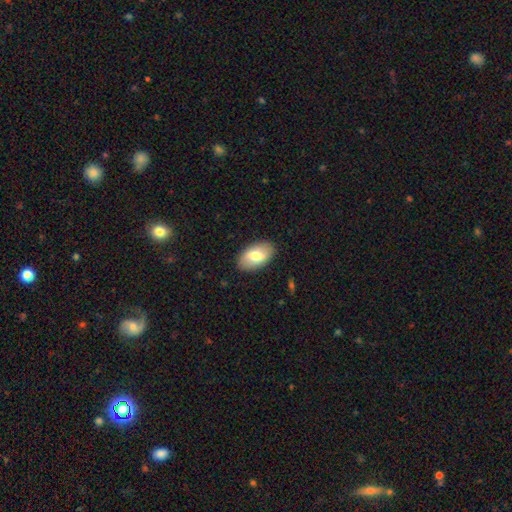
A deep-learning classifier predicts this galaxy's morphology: Smooth or featured: smooth — 68% (featured or disk — 25%)
How rounded: in between — 93% (round — 5%)
Merging: none — 88% (minor disturbance — 9%)